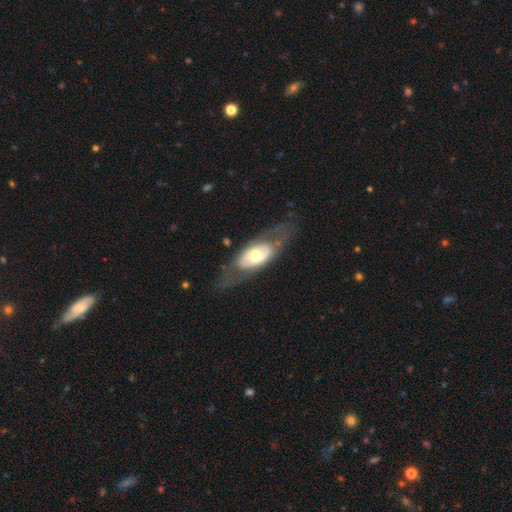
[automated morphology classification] smooth_or_featured: featured or disk (p=0.60) [alt: smooth p=0.35]
disk_edge_on: no (p=0.84) [alt: yes p=0.16]
bar: no (p=0.80) [alt: weak p=0.13]
has_spiral_arms: no (p=0.72) [alt: yes p=0.28]
bulge_size: moderate (p=0.65) [alt: small p=0.18]
merging: none (p=0.62) [alt: minor disturbance p=0.19]